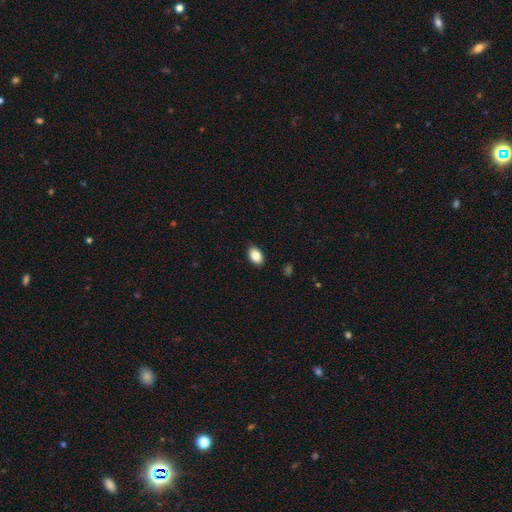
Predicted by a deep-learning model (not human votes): smooth 87%, star or artifact 8%, featured or disk 5%. Down the decision tree: how rounded — in between (88%); merging — none (87%).